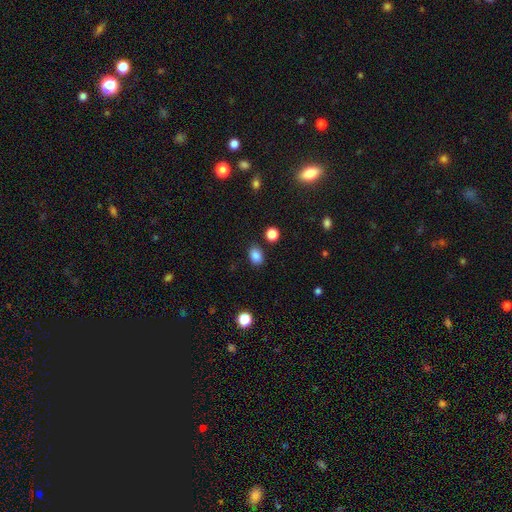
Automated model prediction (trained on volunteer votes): Smooth or featured?
  - smooth: 86% *
  - star or artifact: 10%
  - featured or disk: 4%
How rounded?
  - in between: 69% *
  - round: 30%
  - cigar-shaped: 1%
Merging?
  - none: 85% *
  - minor disturbance: 9%
  - merger: 3%
  - major disturbance: 3%